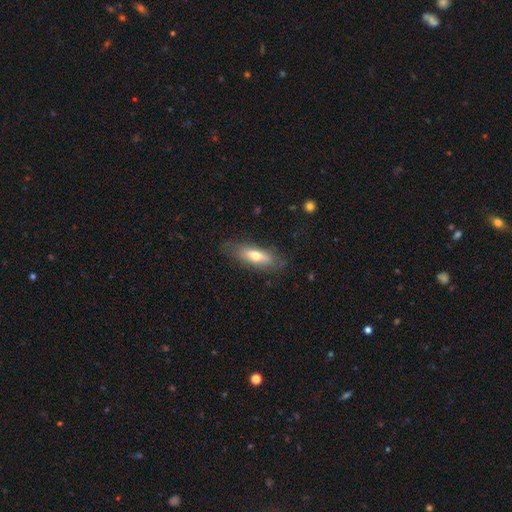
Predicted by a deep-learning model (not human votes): A smooth galaxy with no disk features (59%) that is in between round and cigar-shaped (55%).

Vote fractions:
- Smooth or featured? smooth: 59% / featured or disk: 34% / star or artifact: 7%
- How rounded? in between: 55% / cigar-shaped: 43% / round: 3%
- Merging? none: 73% / minor disturbance: 19% / major disturbance: 6% / merger: 1%